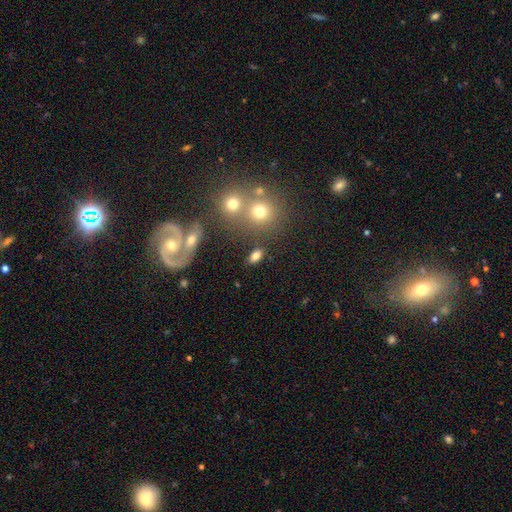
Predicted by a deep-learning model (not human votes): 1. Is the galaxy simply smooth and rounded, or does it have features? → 78% smooth, 12% star or artifact, 10% featured or disk.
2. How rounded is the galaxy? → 85% in between, 10% round, 5% cigar-shaped.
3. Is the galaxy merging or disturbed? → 79% none, 10% minor disturbance, 7% merger, 4% major disturbance.